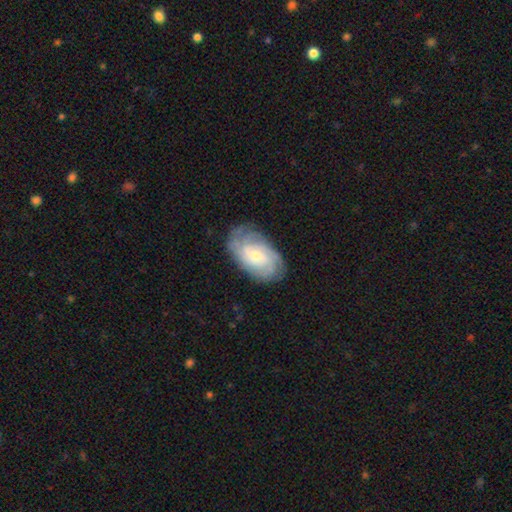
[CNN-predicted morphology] Q: Smooth or featured?
A: featured or disk (78%); runner-up: smooth (16%)
Q: Edge-on disk?
A: no (96%); runner-up: yes (4%)
Q: Bar?
A: no (61%); runner-up: weak (33%)
Q: Spiral arms?
A: yes (95%); runner-up: no (5%)
Q: Spiral winding?
A: tight (67%); runner-up: medium (27%)
Q: Spiral arm count?
A: can't tell (37%); runner-up: 3 (20%)
Q: Bulge size?
A: small (53%); runner-up: moderate (42%)
Q: Merging?
A: none (77%); runner-up: minor disturbance (17%)